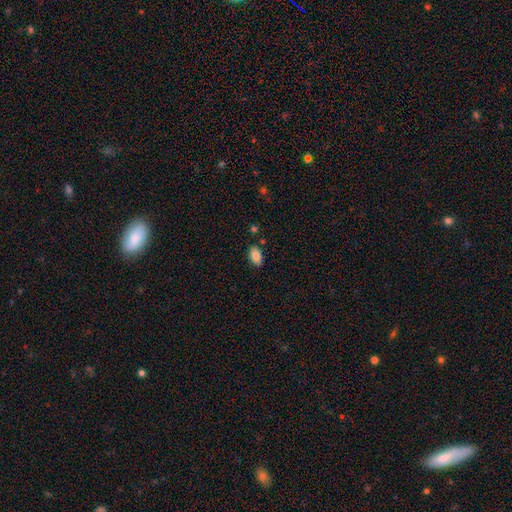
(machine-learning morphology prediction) The model was most divided on "merging": none: 83%, minor disturbance: 11%, merger: 4%, major disturbance: 2%. More confident: how rounded — in between (93%); smooth or featured — smooth (84%).